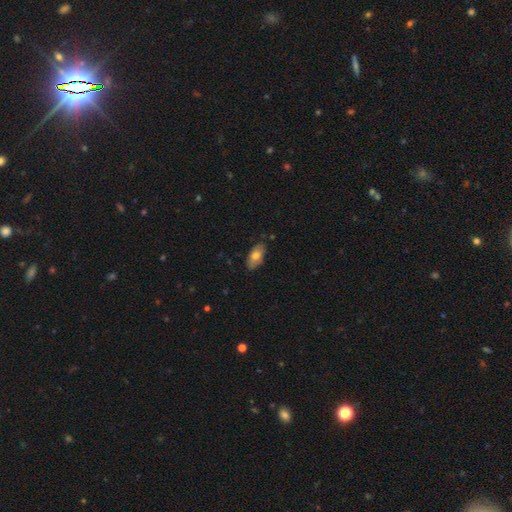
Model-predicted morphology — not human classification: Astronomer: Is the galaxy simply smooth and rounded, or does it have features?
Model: smooth — 69%.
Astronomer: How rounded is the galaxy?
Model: in between — 91%.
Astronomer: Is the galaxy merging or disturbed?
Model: none — 79%.